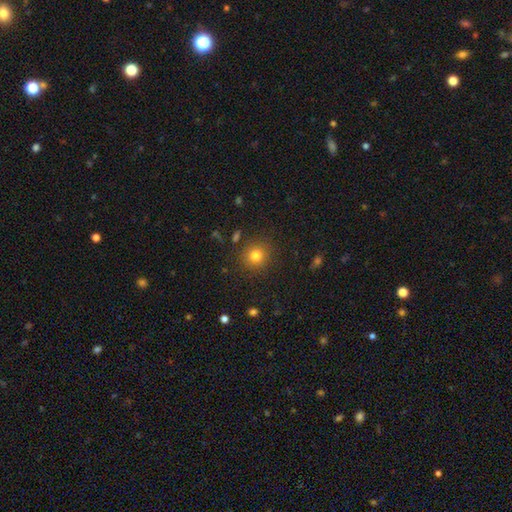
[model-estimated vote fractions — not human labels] A smooth galaxy with no disk features (79%) that is round (89%). Merging: none (87%).